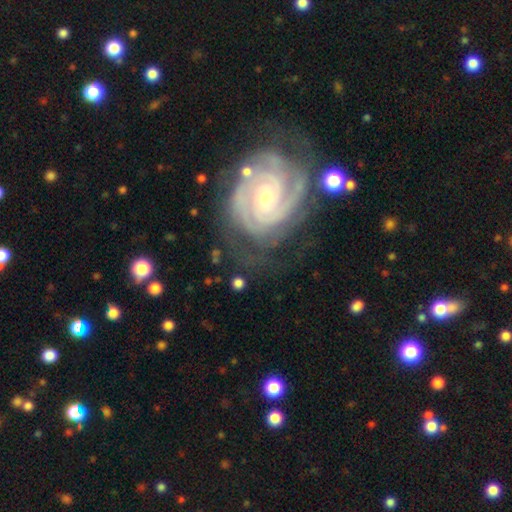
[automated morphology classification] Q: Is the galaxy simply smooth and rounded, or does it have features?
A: featured or disk — 85%.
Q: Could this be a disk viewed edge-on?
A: no — 97%.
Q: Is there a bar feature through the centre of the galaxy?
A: no — 50%.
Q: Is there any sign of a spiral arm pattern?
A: yes — 97%.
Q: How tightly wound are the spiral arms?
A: tight — 76%.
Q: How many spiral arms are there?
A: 2 — 37%.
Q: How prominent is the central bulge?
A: small — 55%.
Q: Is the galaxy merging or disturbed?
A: none — 69%.